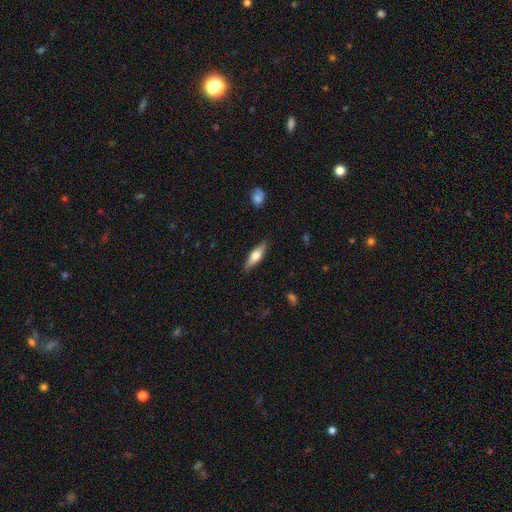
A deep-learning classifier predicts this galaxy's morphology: The model was most divided on "how rounded": cigar-shaped: 59%, in between: 39%, round: 2%. More confident: merging — none (87%); smooth or featured — smooth (57%).